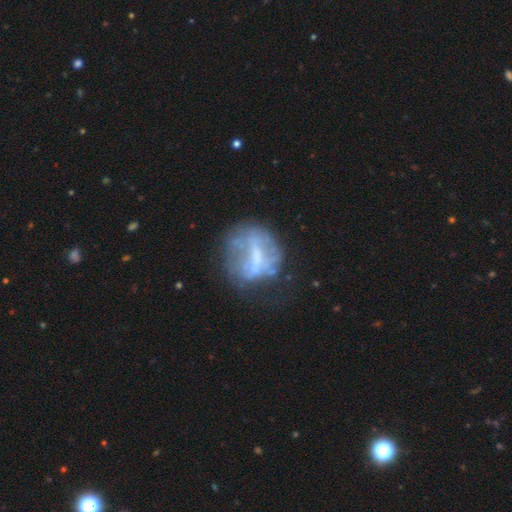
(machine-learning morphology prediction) Smooth or featured? featured or disk (57%)
Edge-on disk? no (93%)
Bar? strong (39%)
Spiral arms? no (76%)
Bulge size? none (45%)
Merging? none (51%)